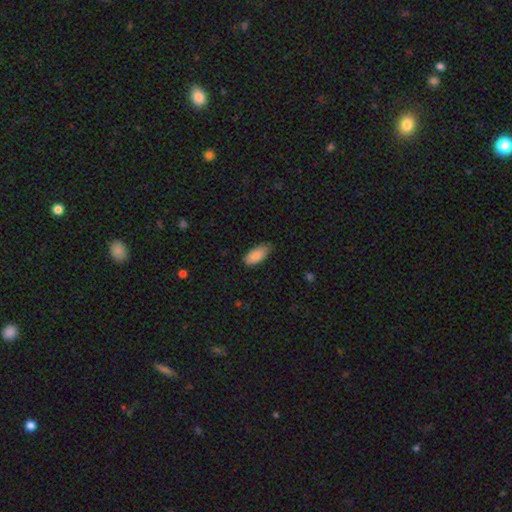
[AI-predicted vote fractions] smooth-or-featured: smooth: 87% | featured or disk: 7% | star or artifact: 6%
  how-rounded: in between: 90% | cigar-shaped: 9% | round: 2%
  merging: none: 70% | minor disturbance: 26% | major disturbance: 3% | merger: 1%